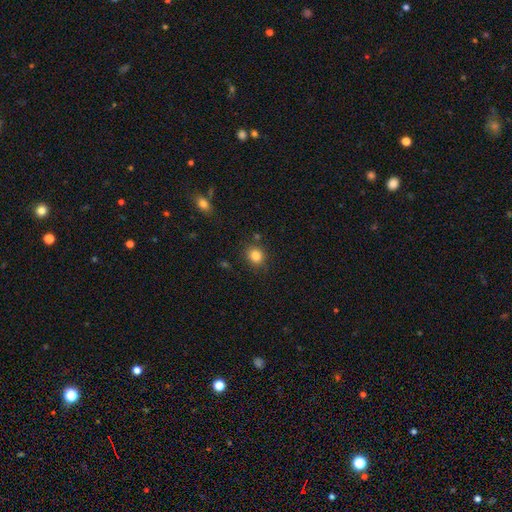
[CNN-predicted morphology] Smooth or featured: smooth — 84% (star or artifact — 11%)
How rounded: round — 77% (in between — 22%)
Merging: none — 82% (minor disturbance — 11%)